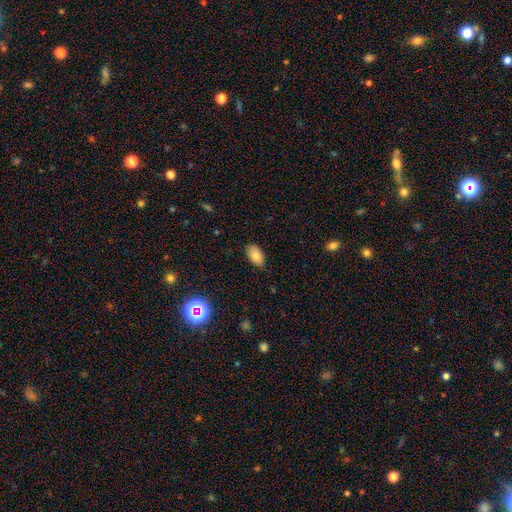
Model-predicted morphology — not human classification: Q: Smooth or featured?
A: smooth (80%); runner-up: featured or disk (11%)
Q: How rounded?
A: in between (93%); runner-up: round (6%)
Q: Merging?
A: none (82%); runner-up: minor disturbance (14%)